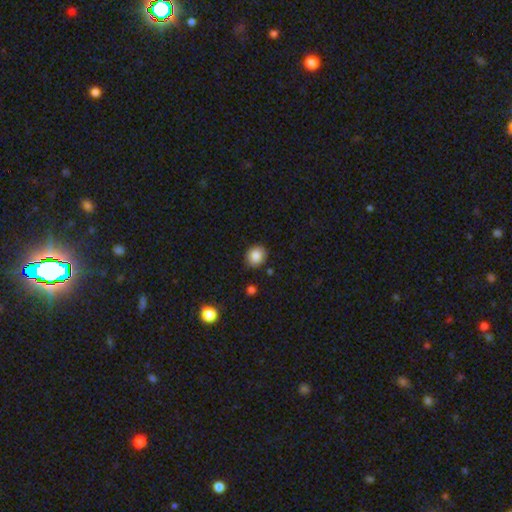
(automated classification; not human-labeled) Q: Smooth or featured?
A: smooth (85%); runner-up: star or artifact (9%)
Q: How rounded?
A: round (79%); runner-up: in between (20%)
Q: Merging?
A: none (88%); runner-up: minor disturbance (8%)